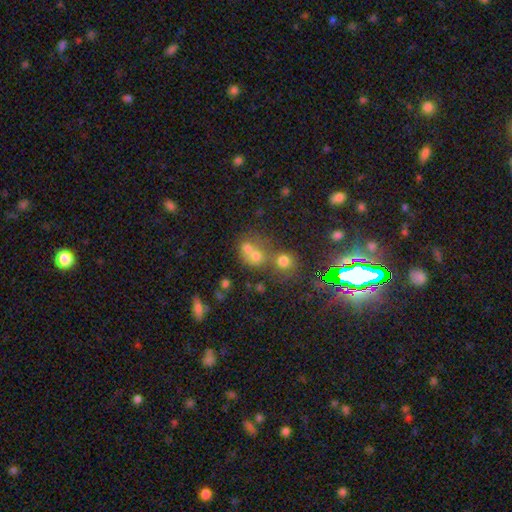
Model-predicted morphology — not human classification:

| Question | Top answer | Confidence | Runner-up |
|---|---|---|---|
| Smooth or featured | smooth | 56% | star or artifact (27%) |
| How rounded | round | 70% | in between (29%) |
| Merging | merger | 54% | none (34%) |